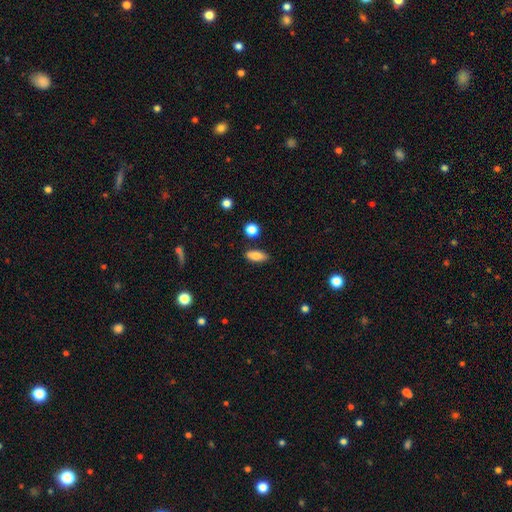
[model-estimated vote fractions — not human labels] Morphology: type=smooth (81%); roundness=in between (79%); merging=none (84%).